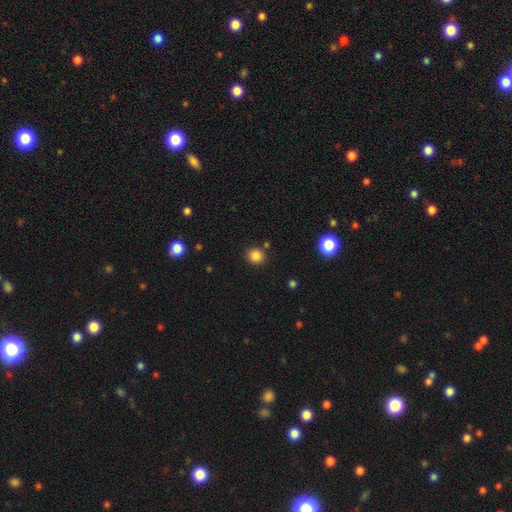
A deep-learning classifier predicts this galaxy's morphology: Smooth or featured?
  - smooth: 84% *
  - star or artifact: 12%
  - featured or disk: 4%
How rounded?
  - round: 86% *
  - in between: 13%
  - cigar-shaped: 1%
Merging?
  - none: 85% *
  - minor disturbance: 8%
  - merger: 4%
  - major disturbance: 3%